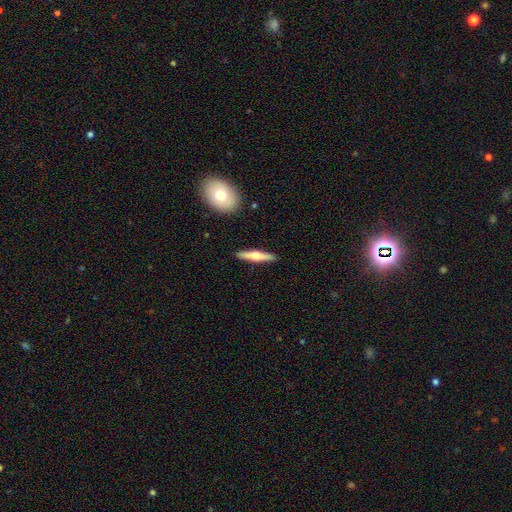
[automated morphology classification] The model was most divided on "smooth or featured": featured or disk: 54%, smooth: 40%, star or artifact: 5%. More confident: edge-on disk — yes (96%); merging — none (90%); edge-on bulge — rounded (87%).